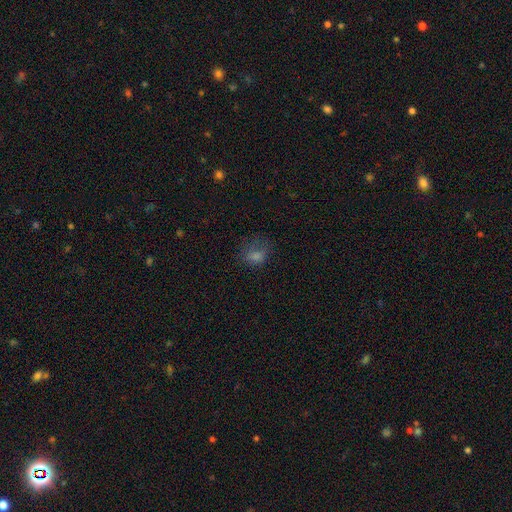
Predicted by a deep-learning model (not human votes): This appears to be a smooth galaxy with no disk features (66%) that is round (52%). Merging: none (54%).